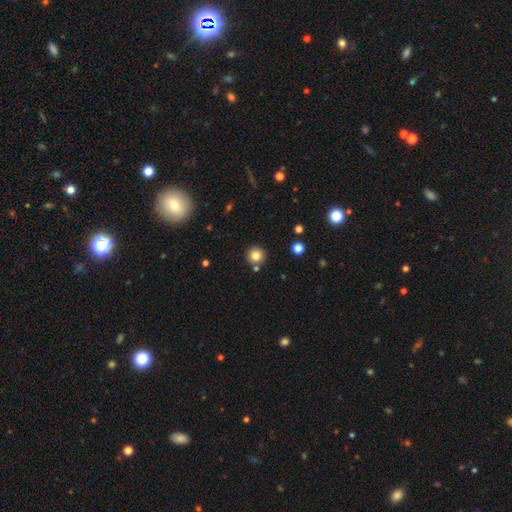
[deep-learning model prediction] Smooth or featured? Predicted: smooth (p=0.82). How rounded? Predicted: round (p=0.95). Merging? Predicted: none (p=0.84).